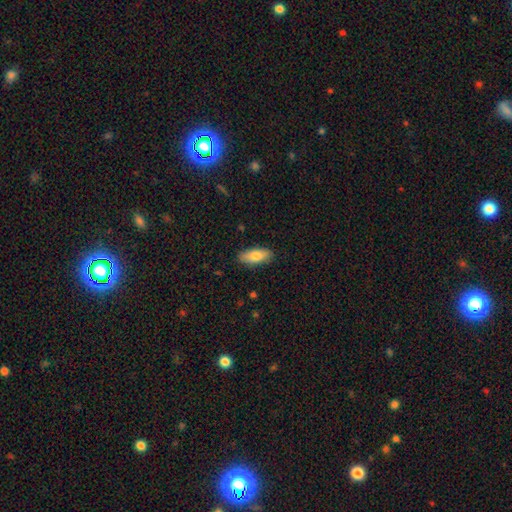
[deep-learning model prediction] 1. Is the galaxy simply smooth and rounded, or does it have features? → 77% smooth, 17% featured or disk, 6% star or artifact.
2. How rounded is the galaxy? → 77% in between, 20% cigar-shaped, 2% round.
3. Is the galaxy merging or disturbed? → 86% none, 10% minor disturbance, 2% major disturbance, 1% merger.